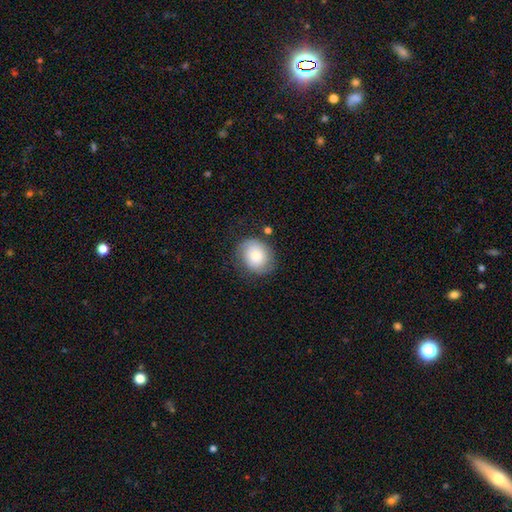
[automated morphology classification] This appears to be a smooth galaxy with no disk features (70%) that is round (66%). Merging: none (70%).